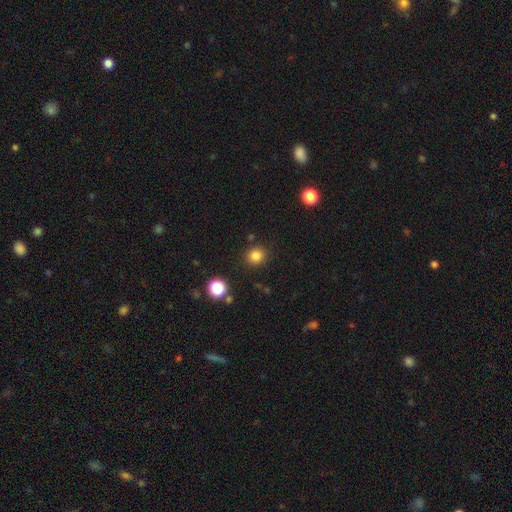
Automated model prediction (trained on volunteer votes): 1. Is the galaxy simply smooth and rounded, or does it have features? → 83% smooth, 13% star or artifact, 4% featured or disk.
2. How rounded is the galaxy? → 84% round, 15% in between, 1% cigar-shaped.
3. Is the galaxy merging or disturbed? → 87% none, 8% minor disturbance, 3% major disturbance, 3% merger.